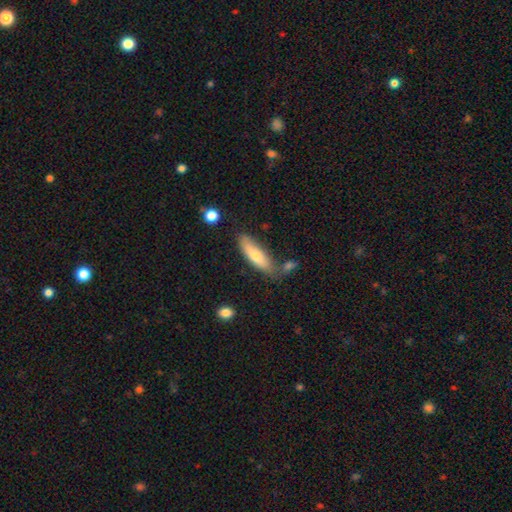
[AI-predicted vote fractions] A smooth galaxy with no disk features (66%) that is cigar-shaped (53%).

Vote fractions:
- Smooth or featured? smooth: 66% / featured or disk: 28% / star or artifact: 6%
- How rounded? cigar-shaped: 53% / in between: 45% / round: 2%
- Merging? none: 65% / minor disturbance: 20% / merger: 10% / major disturbance: 5%